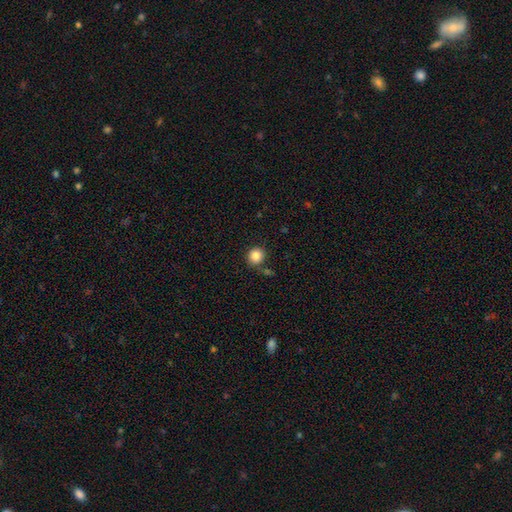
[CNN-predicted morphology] A smooth galaxy with no disk features (86%) that is round (88%). Merging: none (78%).